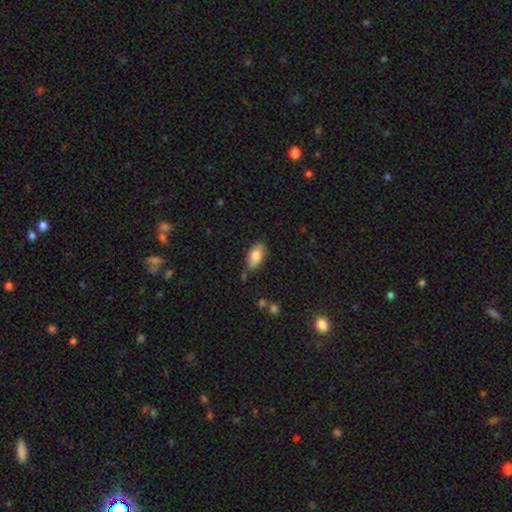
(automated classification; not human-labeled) A smooth galaxy with no disk features (81%) that is in between round and cigar-shaped (93%).

Vote fractions:
- Smooth or featured? smooth: 81% / featured or disk: 12% / star or artifact: 7%
- How rounded? in between: 93% / round: 4% / cigar-shaped: 3%
- Merging? none: 78% / minor disturbance: 16% / merger: 3% / major disturbance: 3%